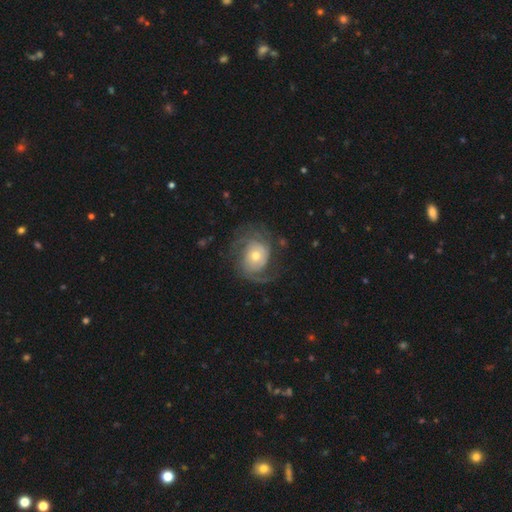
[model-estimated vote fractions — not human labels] Morphology: type=featured or disk (78%); edge-on=no (97%); bar=no (74%); spiral arms=yes (92%); winding=medium (41%); arm count=2 (55%); bulge=moderate (56%); merging=none (62%).